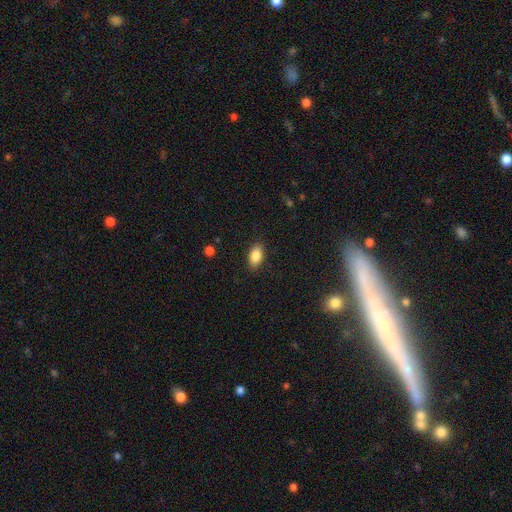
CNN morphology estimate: Smooth or featured? smooth (86%)
How rounded? in between (91%)
Merging? none (88%)